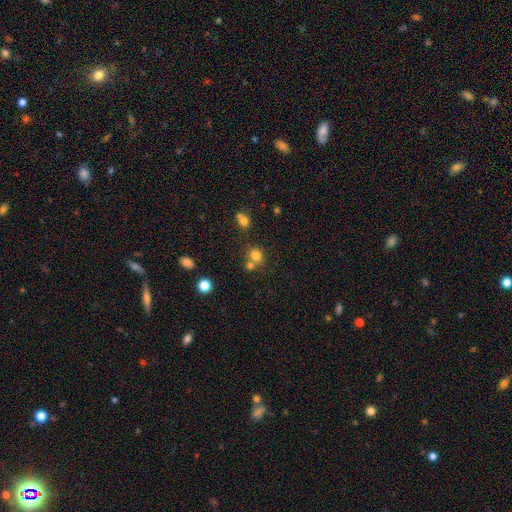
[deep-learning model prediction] This is likely a smooth galaxy (76%). How rounded: likely round (78%). Merging: possibly none (53%).